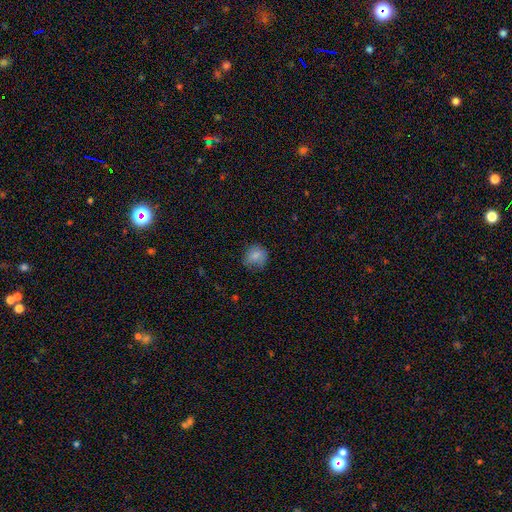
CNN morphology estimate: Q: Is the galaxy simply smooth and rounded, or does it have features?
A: smooth — 82%.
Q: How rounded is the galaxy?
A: round — 78%.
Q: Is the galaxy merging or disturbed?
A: none — 73%.